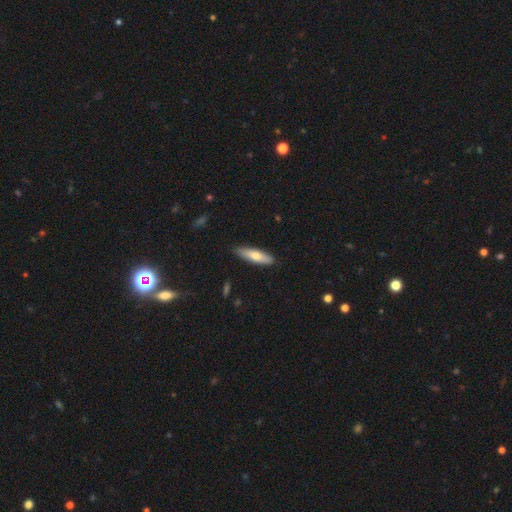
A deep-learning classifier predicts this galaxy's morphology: Smooth or featured? smooth (68%)
How rounded? cigar-shaped (62%)
Merging? none (86%)